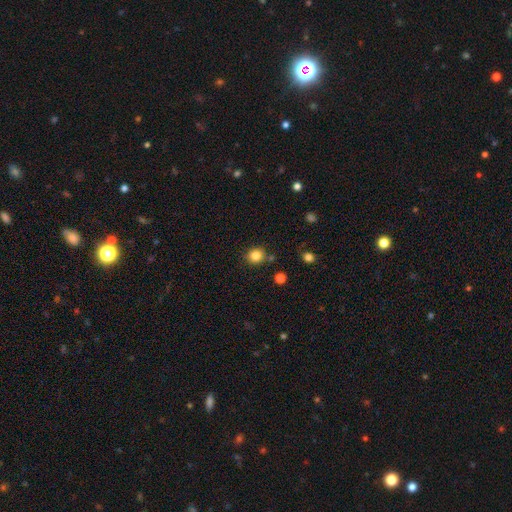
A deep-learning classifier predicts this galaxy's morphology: Smooth or featured: smooth — 83% (star or artifact — 12%)
How rounded: round — 84% (in between — 15%)
Merging: none — 83% (minor disturbance — 9%)